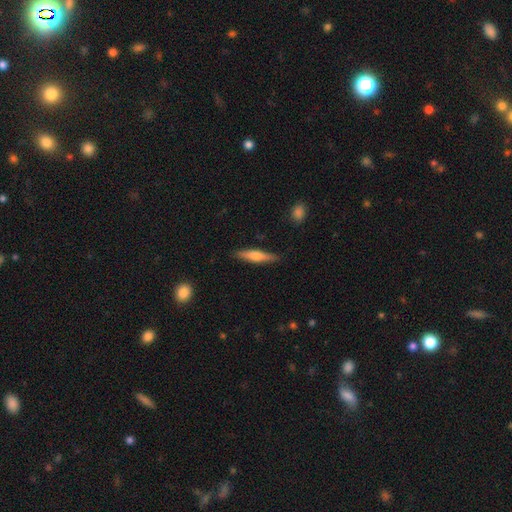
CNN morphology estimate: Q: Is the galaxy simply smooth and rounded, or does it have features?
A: smooth — 51%.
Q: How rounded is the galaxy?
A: cigar-shaped — 84%.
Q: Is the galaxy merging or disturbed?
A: none — 88%.